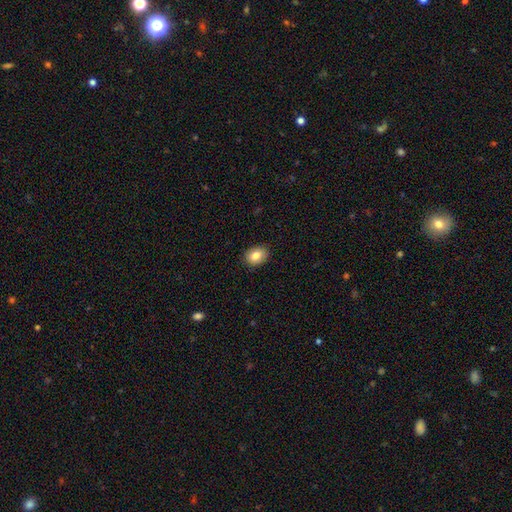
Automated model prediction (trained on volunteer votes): Overall: smooth (84%). How rounded: in between (65%; round 34%). Merging: none (89%).